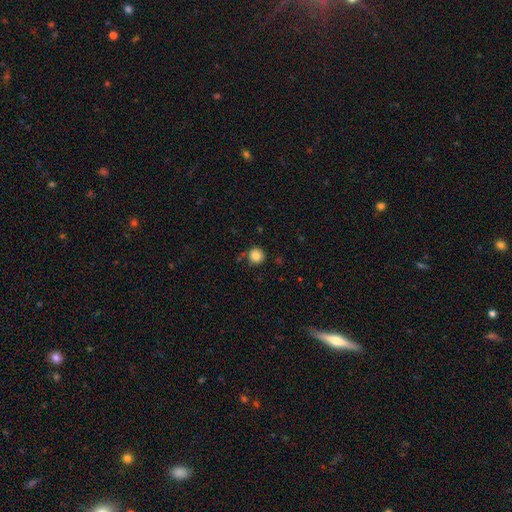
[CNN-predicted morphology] A smooth galaxy with no disk features (84%) that is round (93%).

Vote fractions:
- Smooth or featured? smooth: 84% / star or artifact: 10% / featured or disk: 6%
- How rounded? round: 93% / in between: 6% / cigar-shaped: 1%
- Merging? none: 79% / minor disturbance: 13% / merger: 4% / major disturbance: 4%